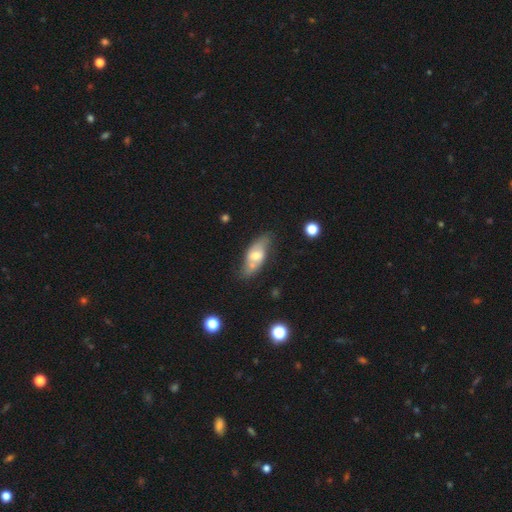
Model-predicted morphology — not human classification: A smooth galaxy with no disk features (49%). Merging: none (58%).